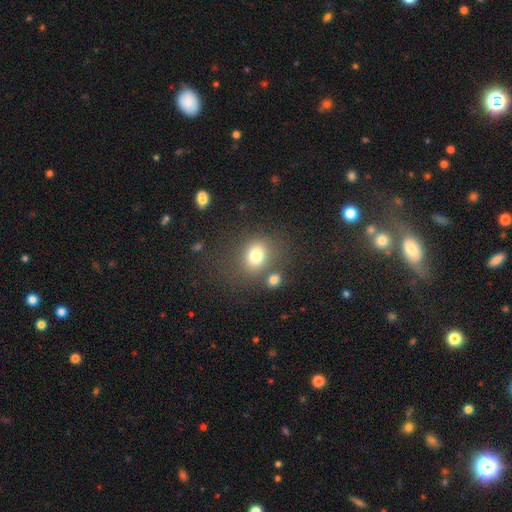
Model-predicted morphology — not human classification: type=smooth (78%); roundness=round (59%); merging=none (64%).